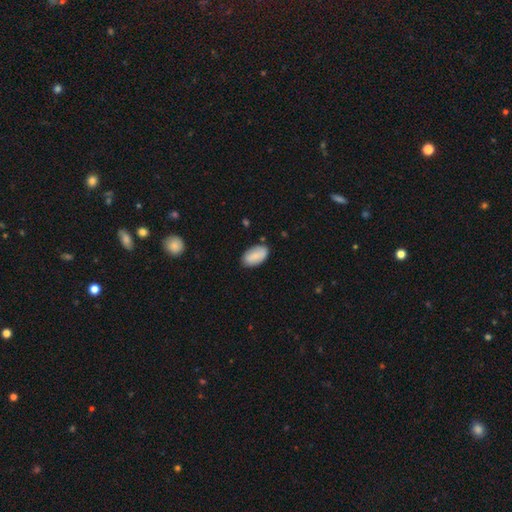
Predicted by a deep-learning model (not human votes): A smooth galaxy with no disk features (83%) that is in between round and cigar-shaped (95%). Merging: none (81%).